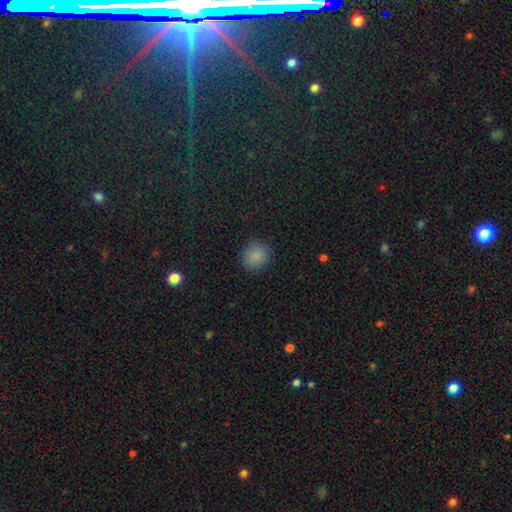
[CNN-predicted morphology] Smooth or featured? Predicted: smooth (p=0.85). How rounded? Predicted: round (p=0.85). Merging? Predicted: none (p=0.88).